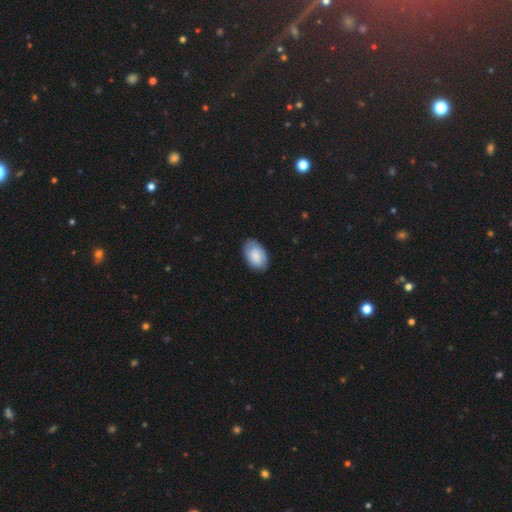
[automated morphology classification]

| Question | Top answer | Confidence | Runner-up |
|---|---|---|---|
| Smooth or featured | smooth | 83% | featured or disk (11%) |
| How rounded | in between | 92% | round (7%) |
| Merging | none | 80% | minor disturbance (16%) |